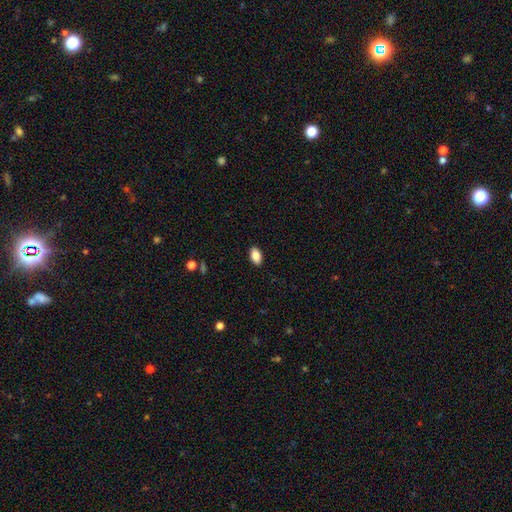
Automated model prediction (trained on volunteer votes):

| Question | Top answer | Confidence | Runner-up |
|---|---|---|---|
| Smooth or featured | smooth | 86% | star or artifact (8%) |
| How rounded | in between | 92% | round (5%) |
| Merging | none | 89% | minor disturbance (8%) |